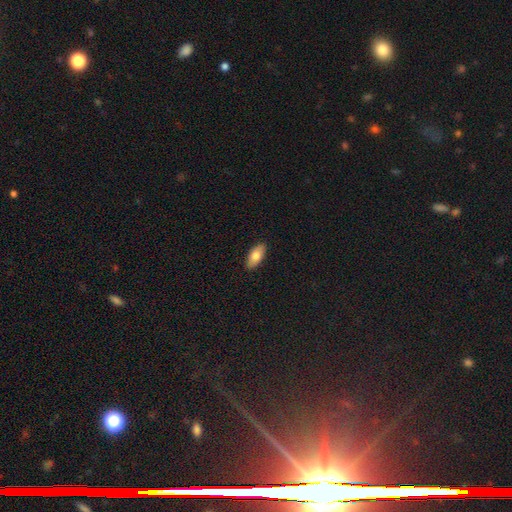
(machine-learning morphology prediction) Q: Smooth or featured?
A: smooth (79%); runner-up: featured or disk (15%)
Q: How rounded?
A: in between (88%); runner-up: cigar-shaped (10%)
Q: Merging?
A: none (89%); runner-up: minor disturbance (8%)